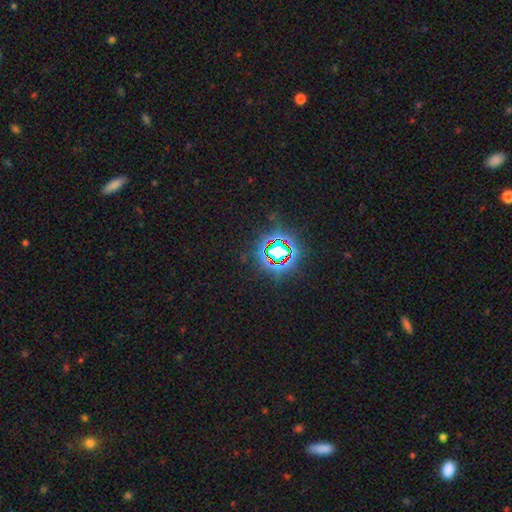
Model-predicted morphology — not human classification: The model was most divided on "smooth or featured": star or artifact: 79%, smooth: 13%, featured or disk: 8%.